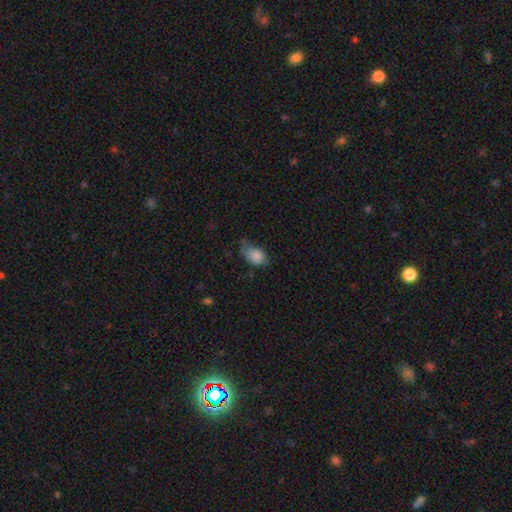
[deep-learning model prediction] Q: Smooth or featured?
A: smooth (83%); runner-up: featured or disk (9%)
Q: How rounded?
A: in between (81%); runner-up: round (17%)
Q: Merging?
A: minor disturbance (40%); runner-up: none (35%)